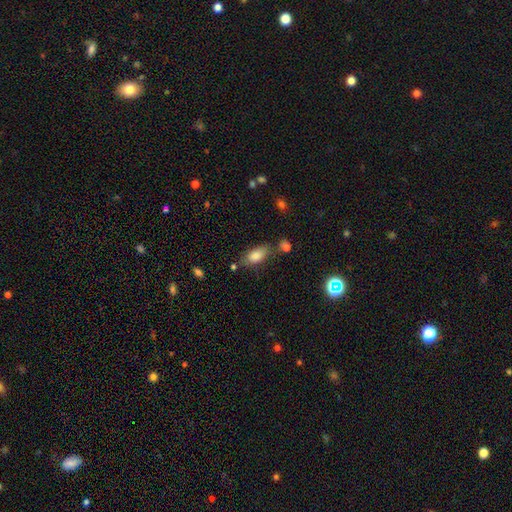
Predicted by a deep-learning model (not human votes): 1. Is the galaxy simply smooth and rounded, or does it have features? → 83% smooth, 9% featured or disk, 8% star or artifact.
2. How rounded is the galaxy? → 88% in between, 9% cigar-shaped, 3% round.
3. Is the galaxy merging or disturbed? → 65% none, 19% minor disturbance, 11% merger, 6% major disturbance.